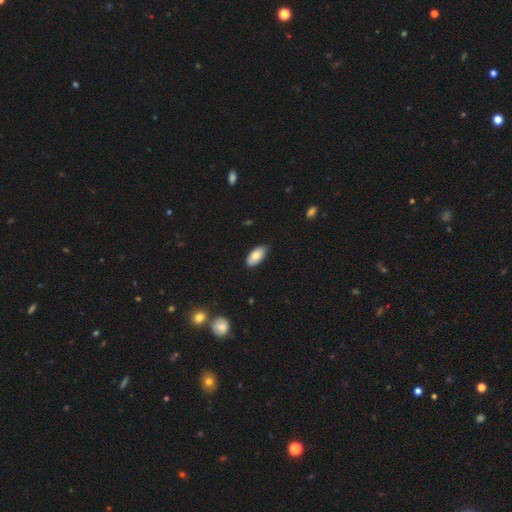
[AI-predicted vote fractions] Smooth or featured?
  - smooth: 79% *
  - featured or disk: 14%
  - star or artifact: 6%
How rounded?
  - in between: 93% *
  - cigar-shaped: 5%
  - round: 2%
Merging?
  - none: 82% *
  - minor disturbance: 14%
  - major disturbance: 2%
  - merger: 1%